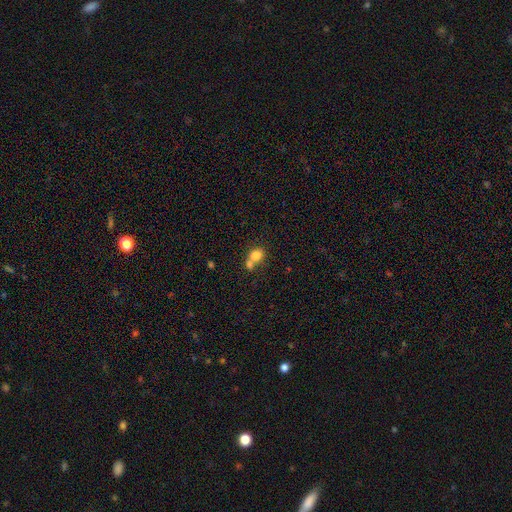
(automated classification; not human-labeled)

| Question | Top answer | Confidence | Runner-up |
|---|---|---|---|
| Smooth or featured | smooth | 77% | featured or disk (12%) |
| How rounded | round | 61% | in between (38%) |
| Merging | merger | 55% | none (32%) |